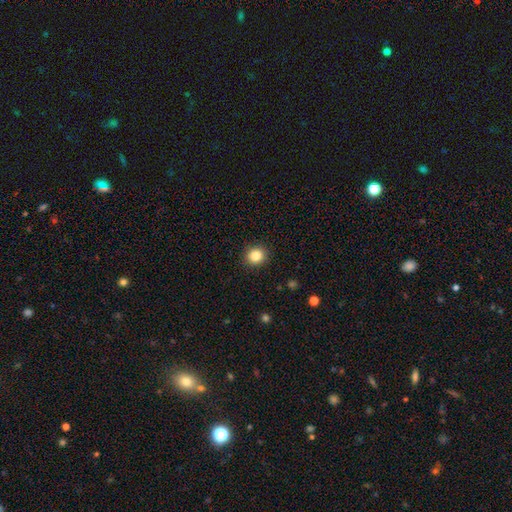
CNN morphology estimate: smooth-or-featured: smooth: 84% | star or artifact: 11% | featured or disk: 5%
  how-rounded: round: 88% | in between: 11% | cigar-shaped: 1%
  merging: none: 91% | minor disturbance: 6% | major disturbance: 2% | merger: 1%